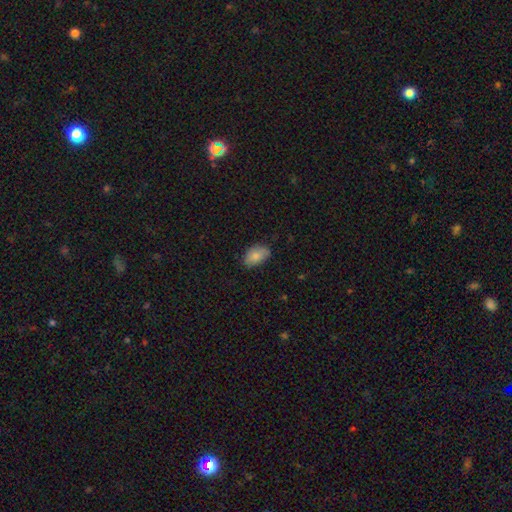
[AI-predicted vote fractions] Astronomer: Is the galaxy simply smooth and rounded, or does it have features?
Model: smooth — 83%.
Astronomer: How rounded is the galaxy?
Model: in between — 91%.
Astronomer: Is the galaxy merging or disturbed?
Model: none — 74%.